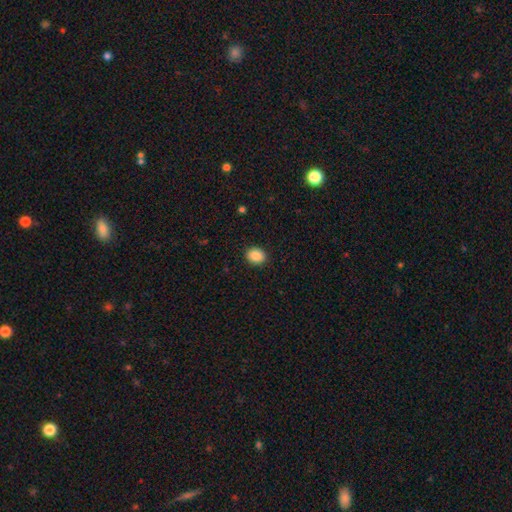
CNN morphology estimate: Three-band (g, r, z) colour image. It shows a smooth galaxy with no disk features (89%) that is round (53%). Merging: none (91%).